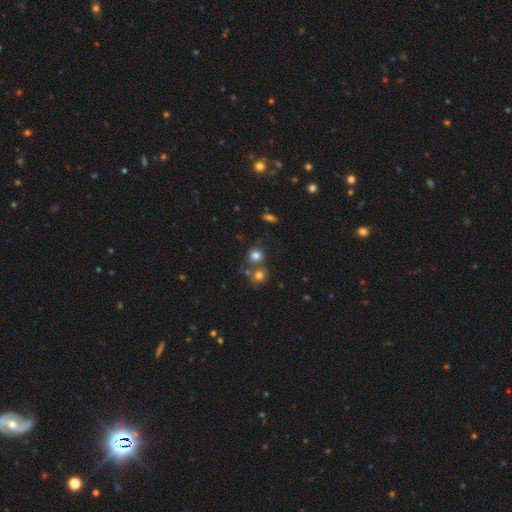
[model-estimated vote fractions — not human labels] This is likely a smooth galaxy (76%). How rounded: clearly round (85%). Merging: likely none (61%).